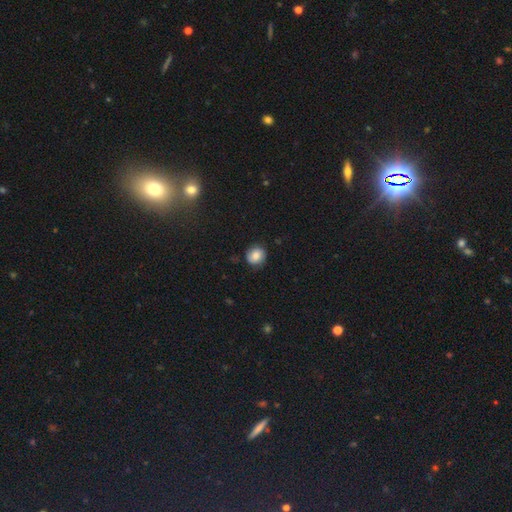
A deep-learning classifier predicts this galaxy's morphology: smooth-or-featured: smooth: 77% | featured or disk: 14% | star or artifact: 9%
  how-rounded: round: 81% | in between: 18% | cigar-shaped: 1%
  merging: none: 79% | minor disturbance: 16% | major disturbance: 4% | merger: 1%